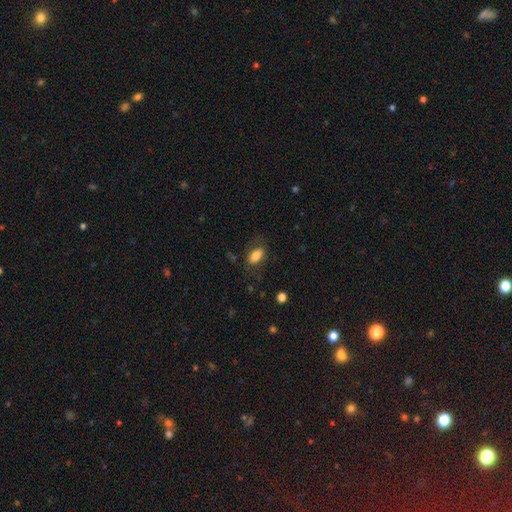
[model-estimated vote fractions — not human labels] smooth 79%, featured or disk 14%, star or artifact 8%. Down the decision tree: how rounded — in between (90%); merging — none (71%).